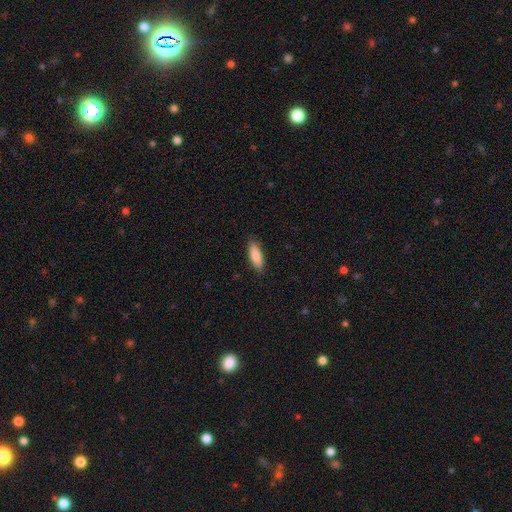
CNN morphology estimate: A smooth galaxy with no disk features (86%) that is in between round and cigar-shaped (57%). Merging: none (87%).